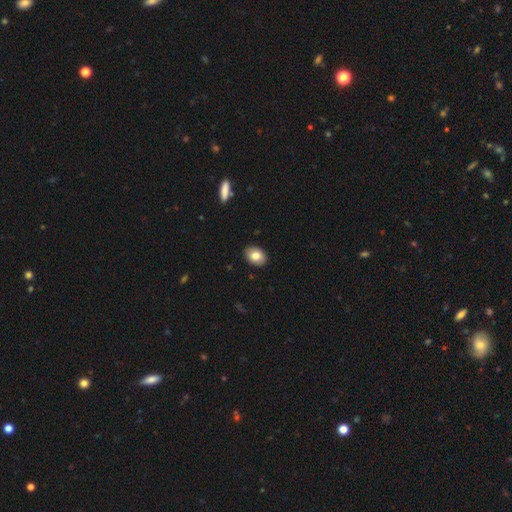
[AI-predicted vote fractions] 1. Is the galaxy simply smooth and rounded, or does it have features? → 80% smooth, 12% featured or disk, 8% star or artifact.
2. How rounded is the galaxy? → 77% in between, 22% round, 1% cigar-shaped.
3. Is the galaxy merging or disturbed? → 90% none, 7% minor disturbance, 2% major disturbance, 1% merger.